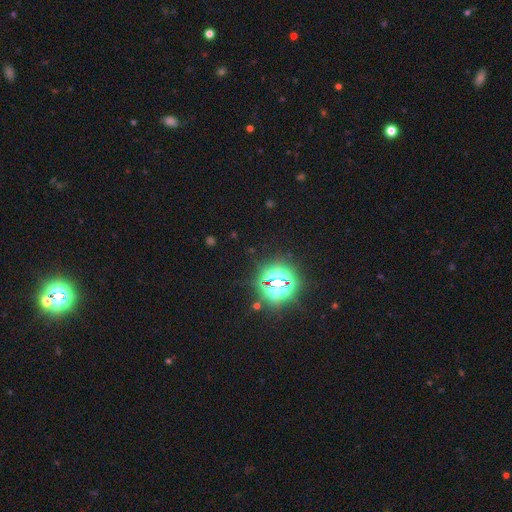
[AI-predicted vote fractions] Smooth or featured? star or artifact (82%)